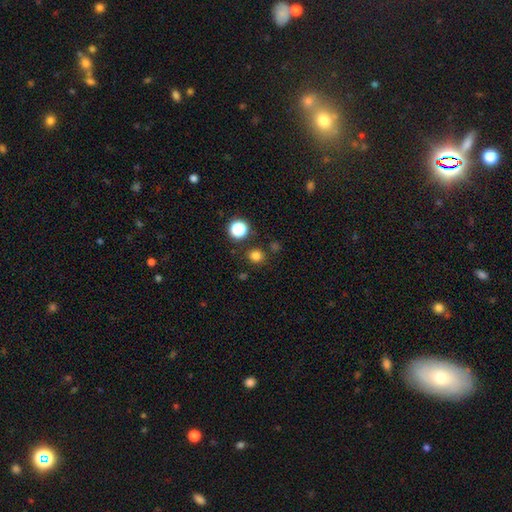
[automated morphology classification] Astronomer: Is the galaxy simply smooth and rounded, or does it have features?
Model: smooth — 78%.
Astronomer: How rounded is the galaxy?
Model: round — 89%.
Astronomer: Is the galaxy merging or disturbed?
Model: none — 86%.